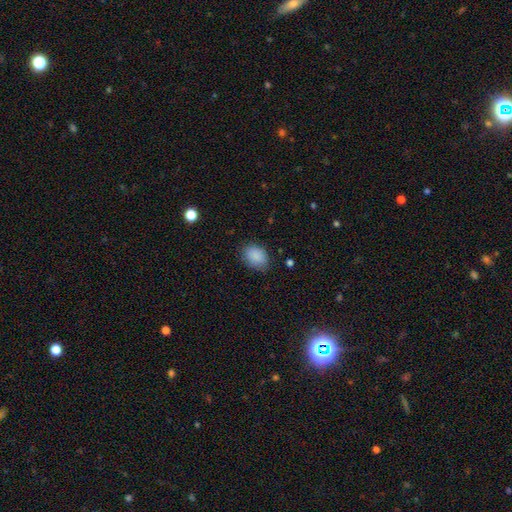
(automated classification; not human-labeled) Smooth or featured?
  - smooth: 88% *
  - star or artifact: 8%
  - featured or disk: 4%
How rounded?
  - in between: 71% *
  - round: 28%
  - cigar-shaped: 1%
Merging?
  - none: 80% *
  - minor disturbance: 16%
  - major disturbance: 4%
  - merger: 1%